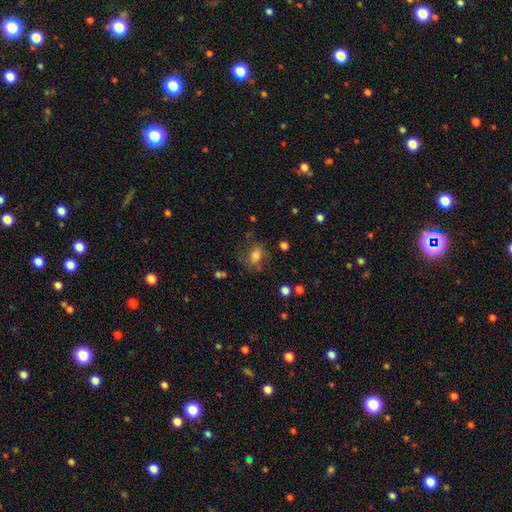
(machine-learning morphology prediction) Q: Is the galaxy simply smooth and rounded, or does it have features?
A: smooth — 74%.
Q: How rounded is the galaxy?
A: in between — 71%.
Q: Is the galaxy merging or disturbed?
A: none — 61%.